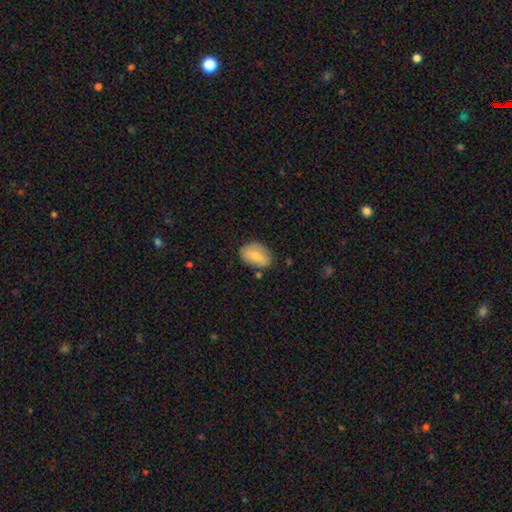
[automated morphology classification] Smooth or featured?
  - smooth: 69% *
  - featured or disk: 23%
  - star or artifact: 7%
How rounded?
  - in between: 86% *
  - round: 13%
  - cigar-shaped: 2%
Merging?
  - none: 73% *
  - minor disturbance: 19%
  - major disturbance: 4%
  - merger: 4%